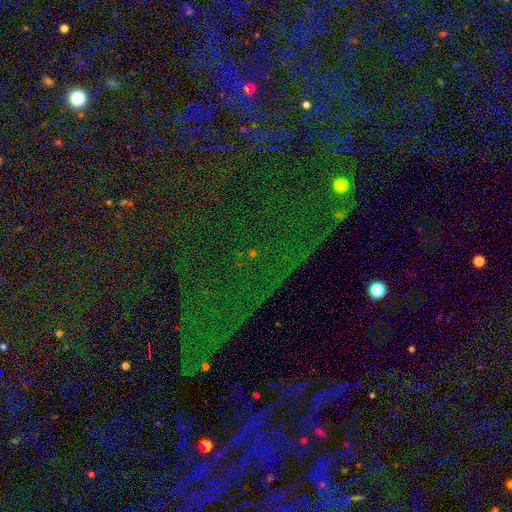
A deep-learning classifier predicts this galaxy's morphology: This is clearly a star or artifact rather than a galaxy (81%).